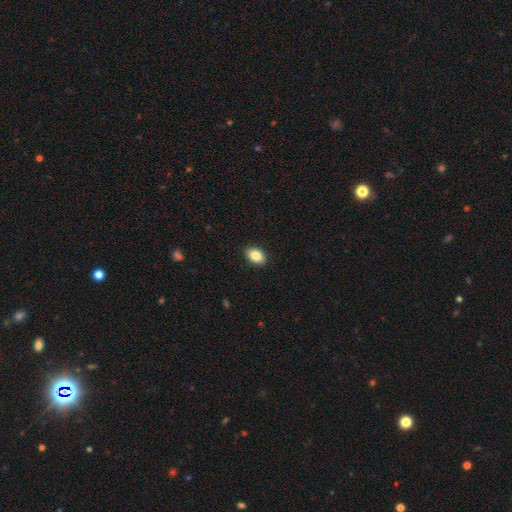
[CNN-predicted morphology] Smooth or featured? smooth (86%)
How rounded? in between (87%)
Merging? none (89%)